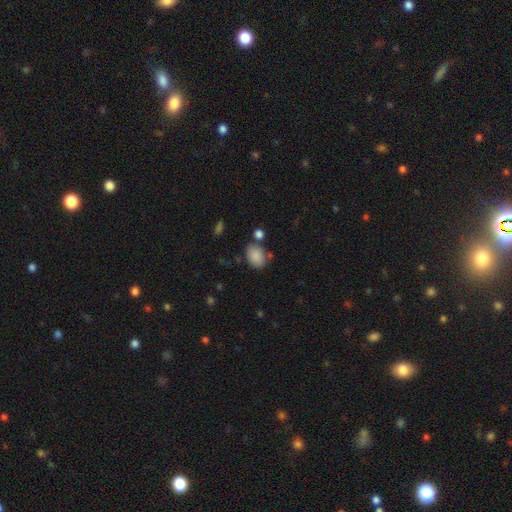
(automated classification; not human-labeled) This is clearly a smooth galaxy (87%). How rounded: likely in between (66%). Merging: likely none (70%).